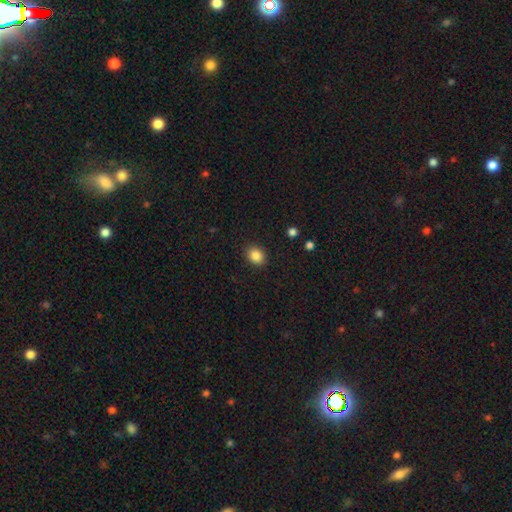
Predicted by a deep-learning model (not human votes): Smooth or featured? Predicted: smooth (p=0.86). How rounded? Predicted: in between (p=0.54). Merging? Predicted: none (p=0.89).